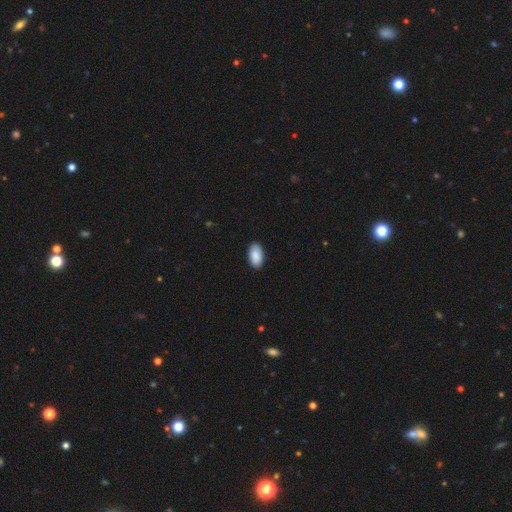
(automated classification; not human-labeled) Morphology: type=smooth (91%); roundness=in between (96%); merging=none (90%).